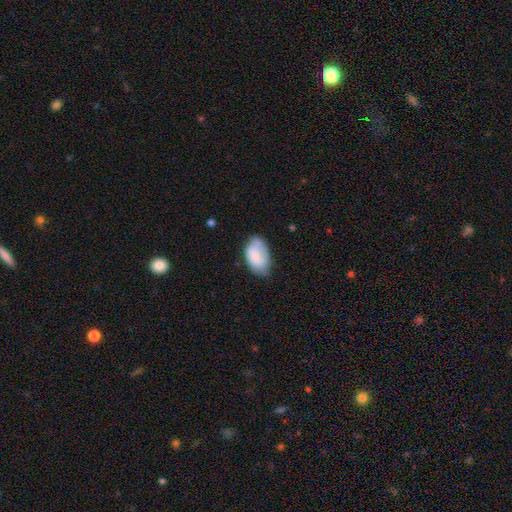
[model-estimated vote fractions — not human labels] Smooth or featured? Predicted: smooth (p=0.77). How rounded? Predicted: in between (p=0.93). Merging? Predicted: none (p=0.52).